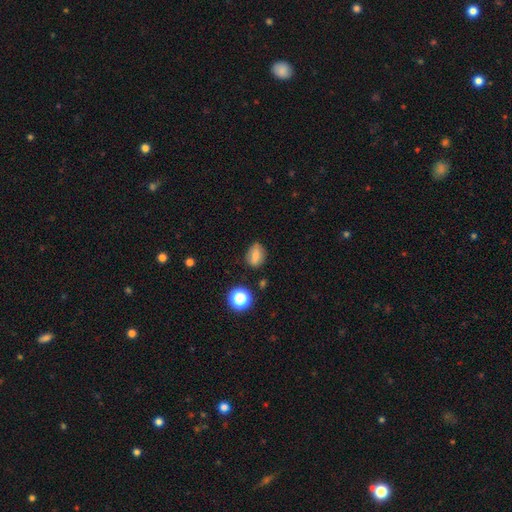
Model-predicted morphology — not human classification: smooth 76%, star or artifact 12%, featured or disk 12%. Down the decision tree: how rounded — in between (71%); merging — none (73%).